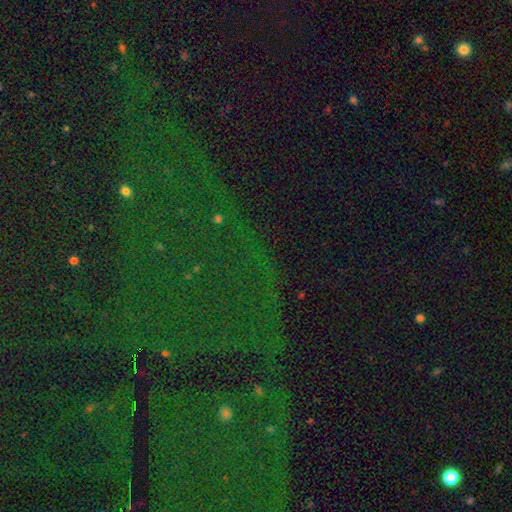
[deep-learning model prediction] Overall: star or artifact (83%).